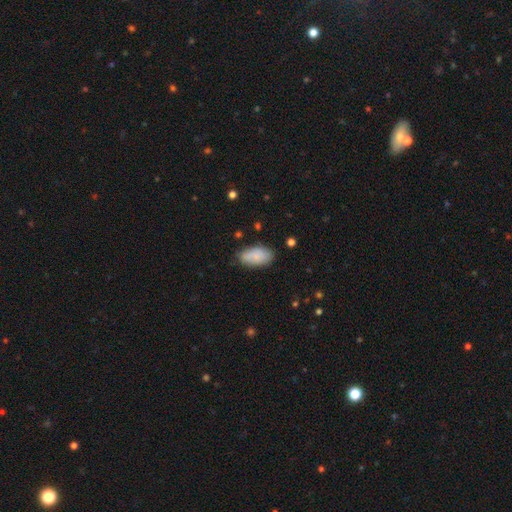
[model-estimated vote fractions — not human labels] This is clearly a smooth galaxy (82%). How rounded: clearly in between (93%). Merging: likely none (75%).